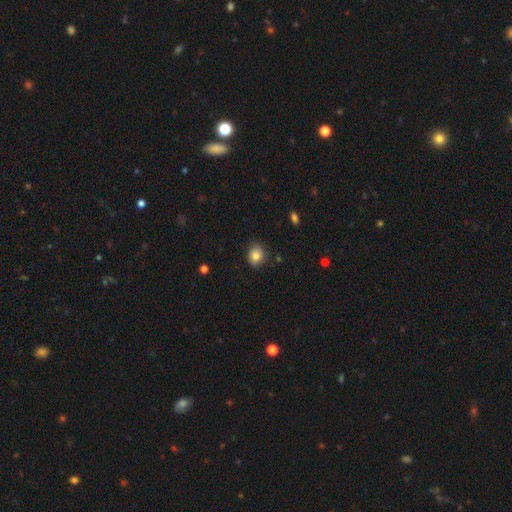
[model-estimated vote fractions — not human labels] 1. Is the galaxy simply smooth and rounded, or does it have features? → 81% smooth, 10% star or artifact, 9% featured or disk.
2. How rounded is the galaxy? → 73% round, 26% in between, 1% cigar-shaped.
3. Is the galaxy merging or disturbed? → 82% none, 14% minor disturbance, 3% major disturbance, 1% merger.